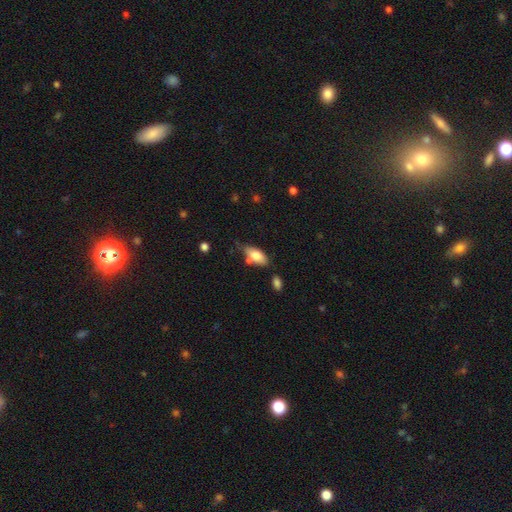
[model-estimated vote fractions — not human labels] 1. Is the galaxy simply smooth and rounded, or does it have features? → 77% smooth, 16% featured or disk, 7% star or artifact.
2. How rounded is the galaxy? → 87% in between, 11% cigar-shaped, 3% round.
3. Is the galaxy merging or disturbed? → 60% none, 23% minor disturbance, 11% merger, 6% major disturbance.